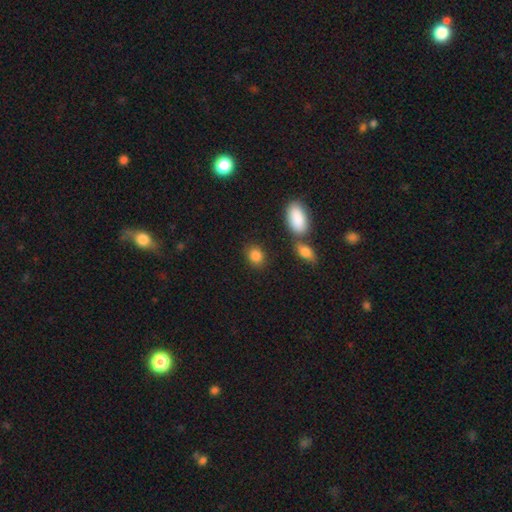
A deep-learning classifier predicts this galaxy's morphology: Smooth or featured: smooth — 85% (star or artifact — 9%)
How rounded: round — 49% (tied with in between — 49%)
Merging: none — 78% (minor disturbance — 11%)